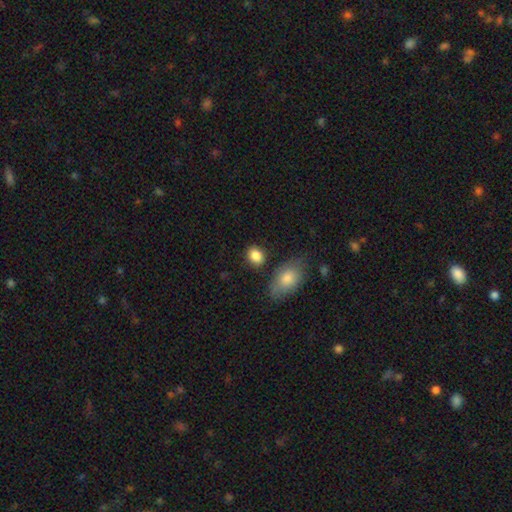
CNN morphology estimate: smooth_or_featured: smooth (p=0.86) [alt: star or artifact p=0.08]
how_rounded: in between (p=0.53) [alt: round p=0.45]
merging: none (p=0.76) [alt: minor disturbance p=0.14]